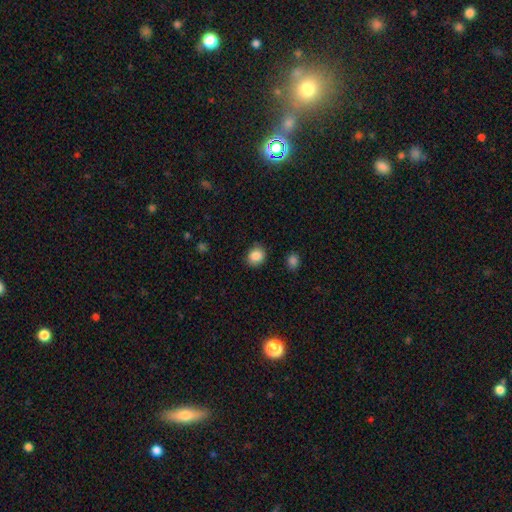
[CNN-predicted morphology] Smooth or featured?
  - smooth: 87% *
  - star or artifact: 9%
  - featured or disk: 4%
How rounded?
  - round: 75% *
  - in between: 25%
  - cigar-shaped: 1%
Merging?
  - none: 86% *
  - minor disturbance: 9%
  - major disturbance: 3%
  - merger: 2%